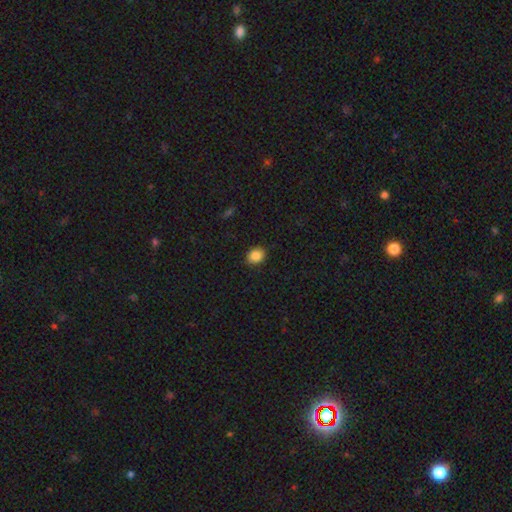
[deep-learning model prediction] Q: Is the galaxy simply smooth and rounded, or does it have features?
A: smooth — 86%.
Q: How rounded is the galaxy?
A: round — 50%.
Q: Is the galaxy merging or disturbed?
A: none — 89%.